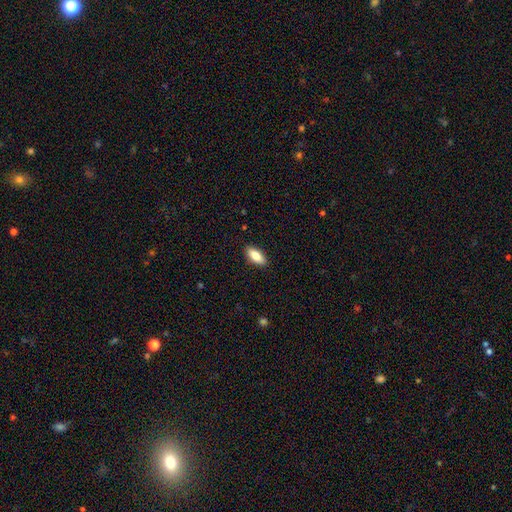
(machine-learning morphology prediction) The model was most divided on "smooth or featured": smooth: 83%, featured or disk: 10%, star or artifact: 6%. More confident: merging — none (89%); how rounded — in between (87%).